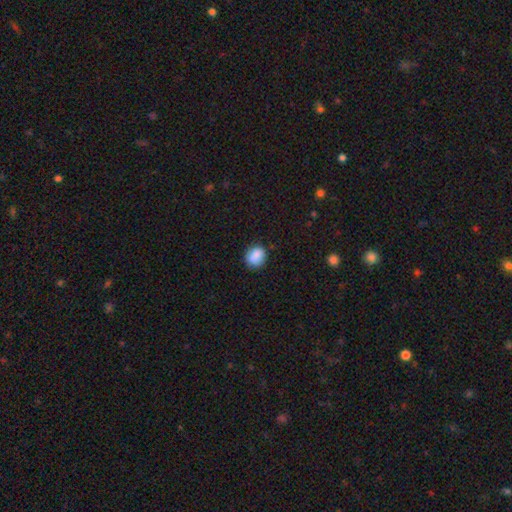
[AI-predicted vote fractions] Smooth or featured: smooth — 86% (star or artifact — 8%)
How rounded: round — 64% (in between — 35%)
Merging: none — 78% (minor disturbance — 17%)